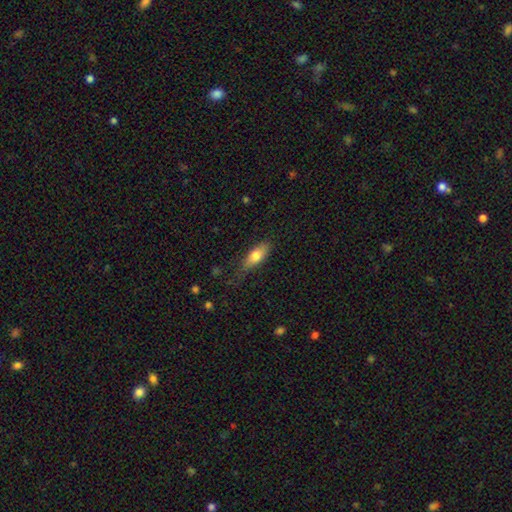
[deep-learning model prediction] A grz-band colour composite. It shows a smooth galaxy with no disk features (74%) that is in between round and cigar-shaped (73%). Merging: none (65%).